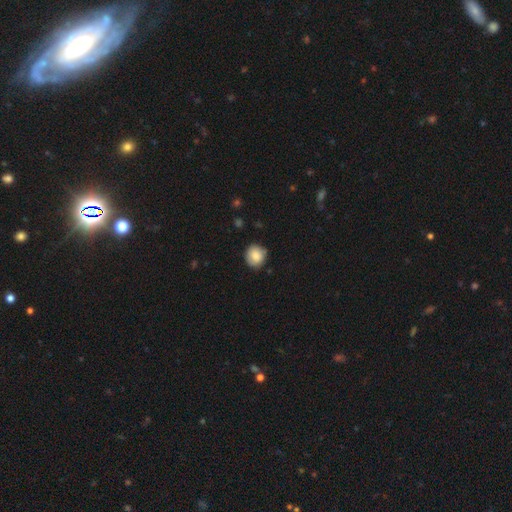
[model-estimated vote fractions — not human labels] Overall: smooth (85%). How rounded: round (85%). Merging: none (82%).